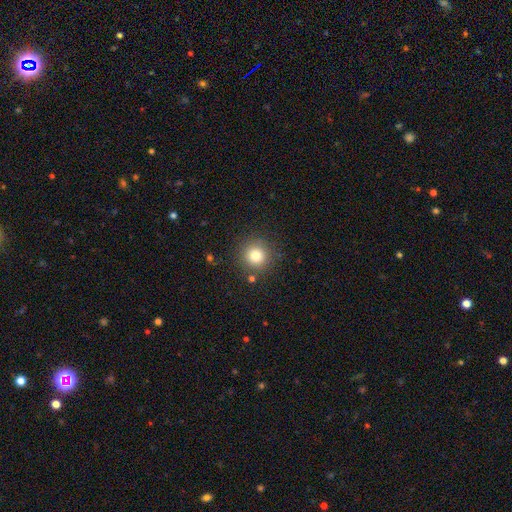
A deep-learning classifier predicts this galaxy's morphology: Smooth or featured? smooth (80%)
How rounded? round (94%)
Merging? none (86%)